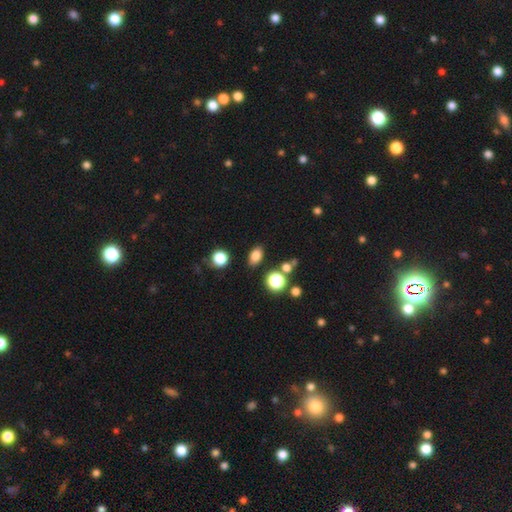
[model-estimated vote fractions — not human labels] Smooth or featured?
  - smooth: 82% *
  - star or artifact: 13%
  - featured or disk: 6%
How rounded?
  - in between: 80% *
  - round: 18%
  - cigar-shaped: 2%
Merging?
  - none: 85% *
  - minor disturbance: 9%
  - merger: 4%
  - major disturbance: 3%